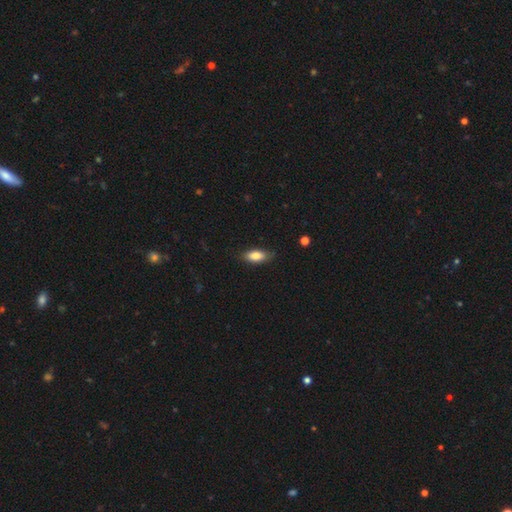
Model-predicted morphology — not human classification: The model was most divided on "merging": none: 81%, minor disturbance: 15%, major disturbance: 3%, merger: 1%. More confident: how rounded — in between (84%); smooth or featured — smooth (82%).